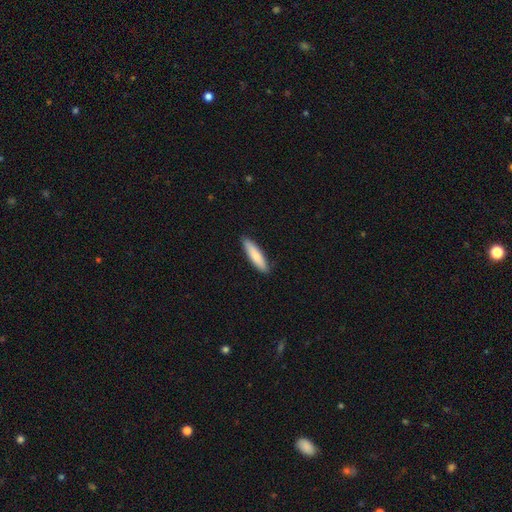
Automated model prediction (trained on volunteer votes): Smooth or featured? smooth (78%)
How rounded? cigar-shaped (75%)
Merging? none (89%)